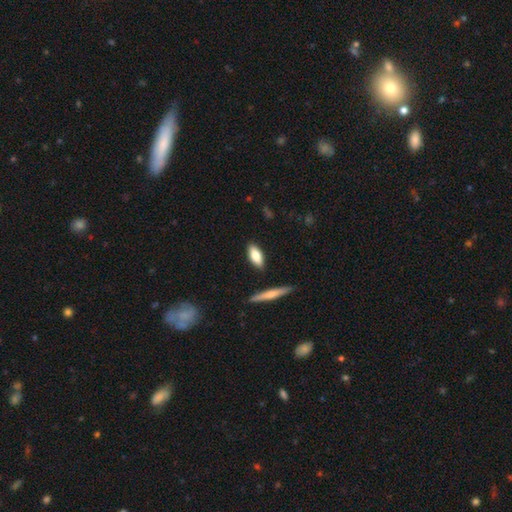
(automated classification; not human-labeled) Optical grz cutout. It shows a smooth galaxy with no disk features (78%) that is in between round and cigar-shaped (75%). Merging: none (86%).